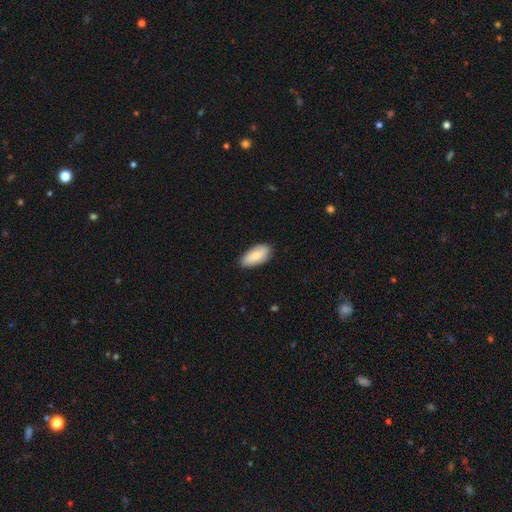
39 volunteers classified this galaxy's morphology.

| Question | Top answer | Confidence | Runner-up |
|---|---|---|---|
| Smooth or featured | smooth | 77% | featured or disk (15%) |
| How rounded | in between | 90% | cigar-shaped (10%) |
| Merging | none | 83% | minor disturbance (17%) |